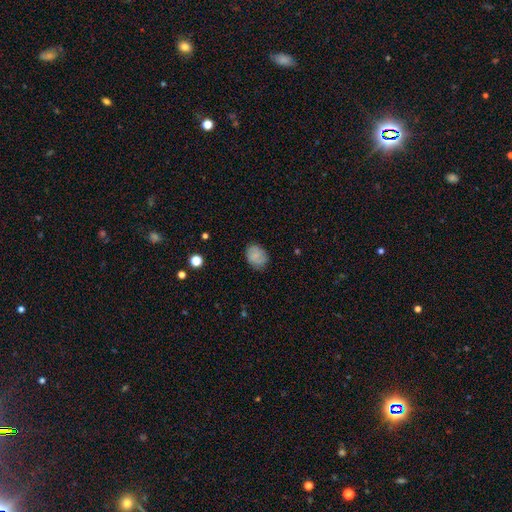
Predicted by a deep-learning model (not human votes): smooth 76%, featured or disk 15%, star or artifact 9%. Down the decision tree: how rounded — in between (55%); merging — none (80%).